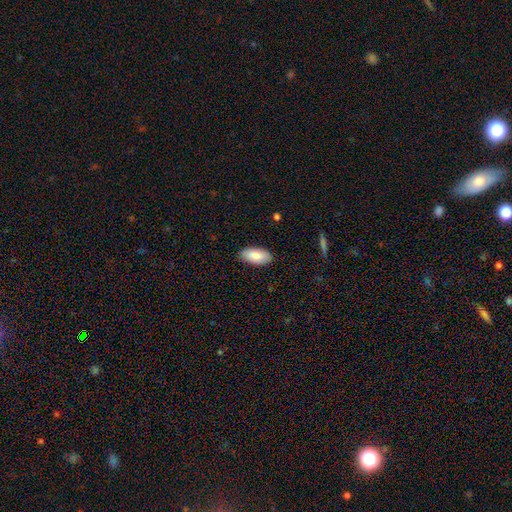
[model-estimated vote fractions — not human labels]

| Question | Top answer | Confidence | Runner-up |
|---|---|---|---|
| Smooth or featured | smooth | 84% | featured or disk (10%) |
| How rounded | in between | 94% | cigar-shaped (4%) |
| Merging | none | 86% | minor disturbance (11%) |